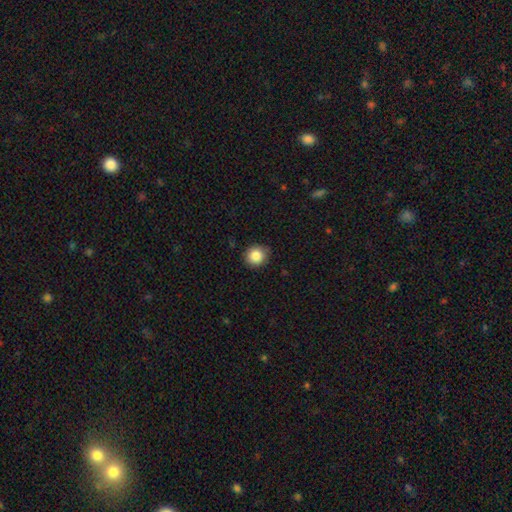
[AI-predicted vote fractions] A smooth galaxy with no disk features (86%) that is round (87%). Merging: none (87%).